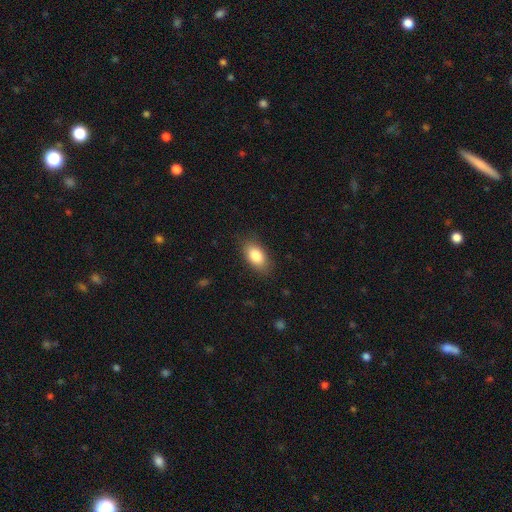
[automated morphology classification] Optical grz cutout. It shows a smooth galaxy with no disk features (84%) that is in between round and cigar-shaped (91%). Merging: none (83%).